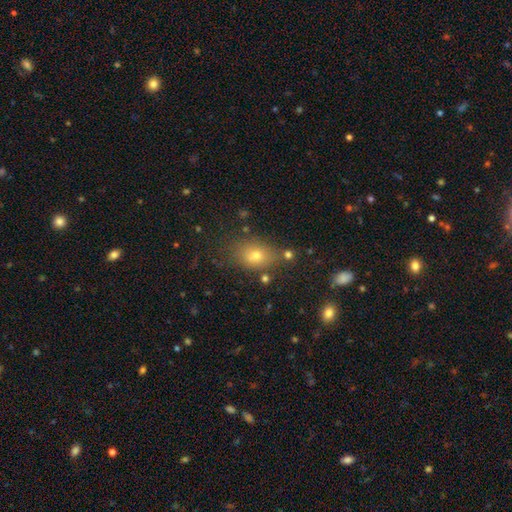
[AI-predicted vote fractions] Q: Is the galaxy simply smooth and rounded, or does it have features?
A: smooth — 72%.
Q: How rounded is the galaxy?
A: in between — 69%.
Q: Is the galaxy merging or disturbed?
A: none — 74%.